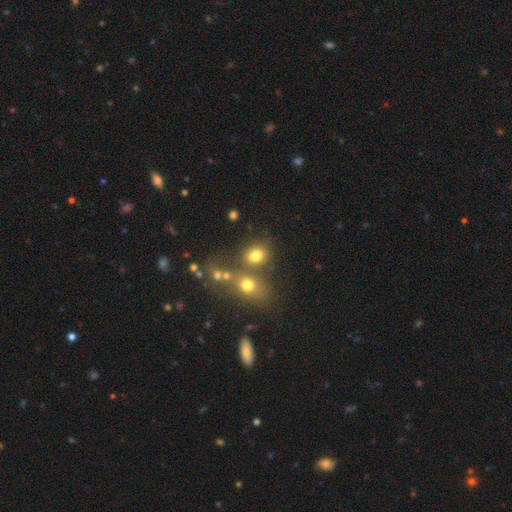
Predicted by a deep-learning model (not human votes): A smooth galaxy with no disk features (74%) that is round (67%). Merging: none (54%).